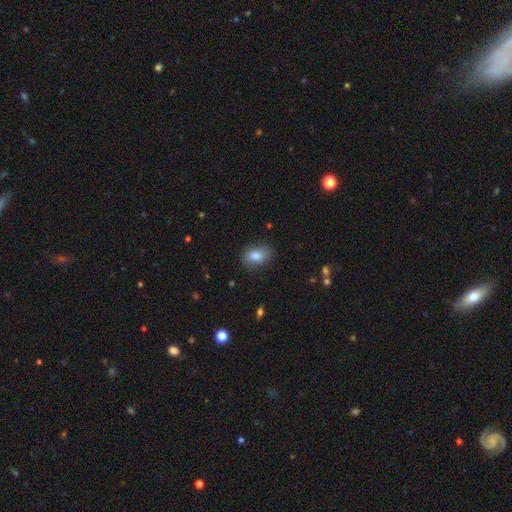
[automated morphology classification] A smooth galaxy with no disk features (83%) that is in between round and cigar-shaped (78%).

Vote fractions:
- Smooth or featured? smooth: 83% / star or artifact: 8% / featured or disk: 8%
- How rounded? in between: 78% / round: 20% / cigar-shaped: 1%
- Merging? none: 78% / minor disturbance: 17% / major disturbance: 4% / merger: 1%